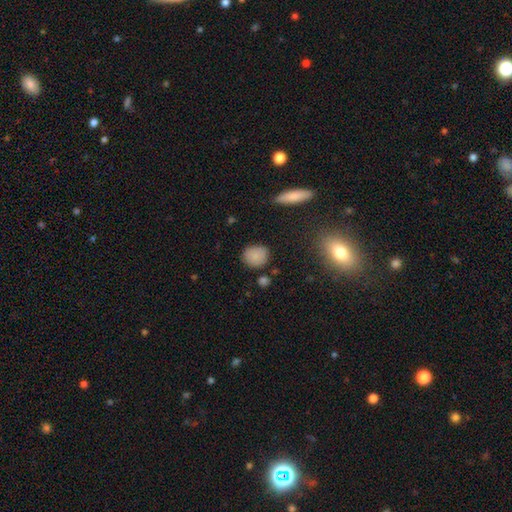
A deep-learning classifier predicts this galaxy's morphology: The model was most divided on "how rounded": round: 77%, in between: 22%, cigar-shaped: 1%. More confident: smooth or featured — smooth (85%); merging — none (81%).